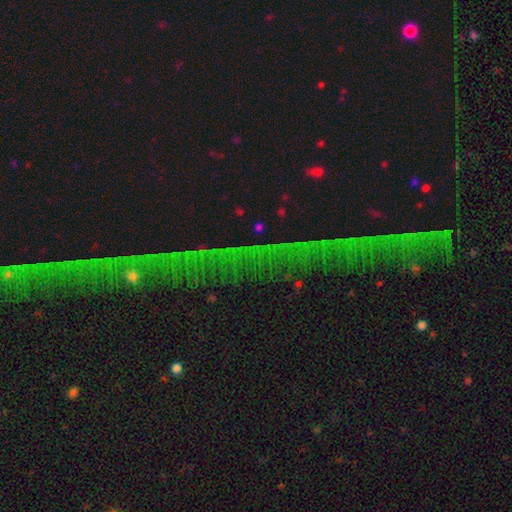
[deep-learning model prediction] star or artifact 85%, featured or disk 8%, smooth 7%.